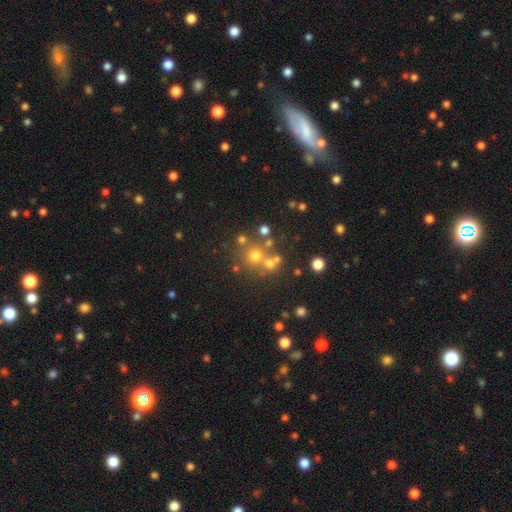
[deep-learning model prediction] This is possibly a smooth galaxy (58%). How rounded: clearly round (89%). Merging: possibly none (59%).